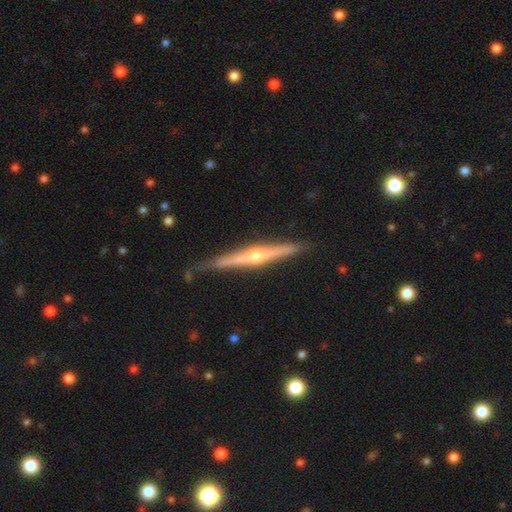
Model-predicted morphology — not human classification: This appears to be a featured or disk galaxy (80%) viewed edge-on (98%) with a rounded central bulge (89%). Merging: none (84%).